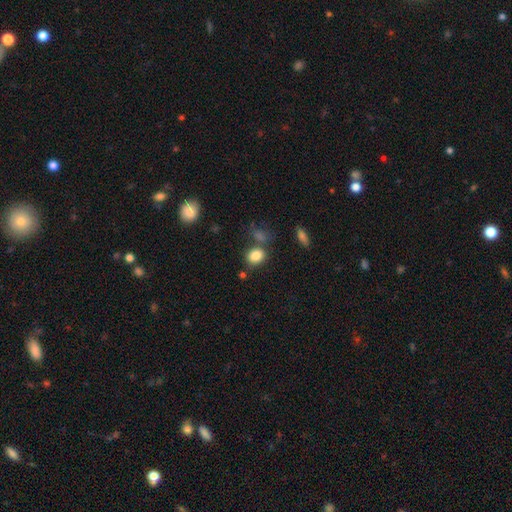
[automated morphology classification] smooth 84%, star or artifact 10%, featured or disk 6%. Down the decision tree: how rounded — in between (60%); merging — none (67%).